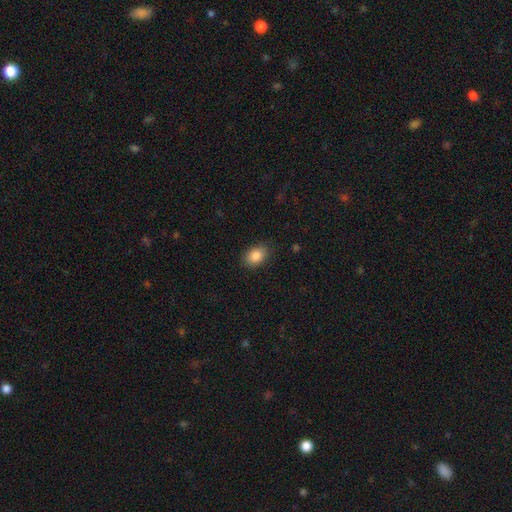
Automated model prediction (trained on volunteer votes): Overall: smooth (86%). How rounded: in between (80%). Merging: none (86%).